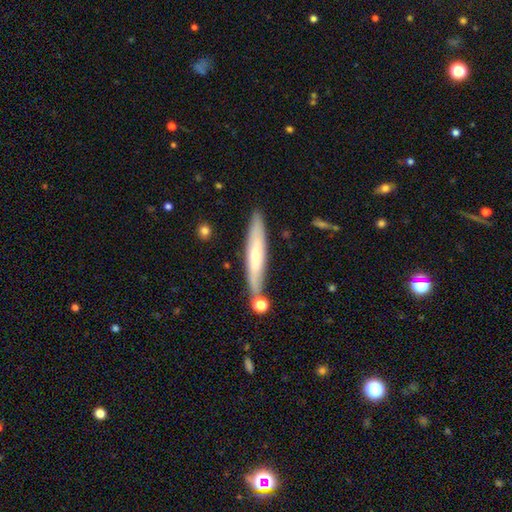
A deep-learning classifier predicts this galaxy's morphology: Smooth or featured?
  - smooth: 49% *
  - featured or disk: 45%
  - star or artifact: 6%
Merging?
  - none: 76% *
  - minor disturbance: 13%
  - merger: 8%
  - major disturbance: 3%